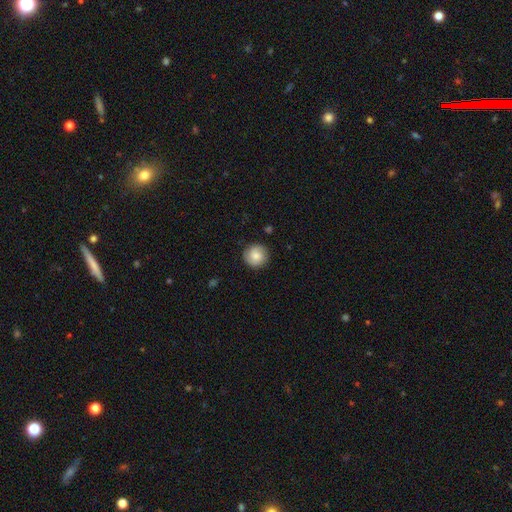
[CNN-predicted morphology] Q: Smooth or featured?
A: smooth (72%); runner-up: featured or disk (20%)
Q: How rounded?
A: round (93%); runner-up: in between (6%)
Q: Merging?
A: none (86%); runner-up: minor disturbance (10%)